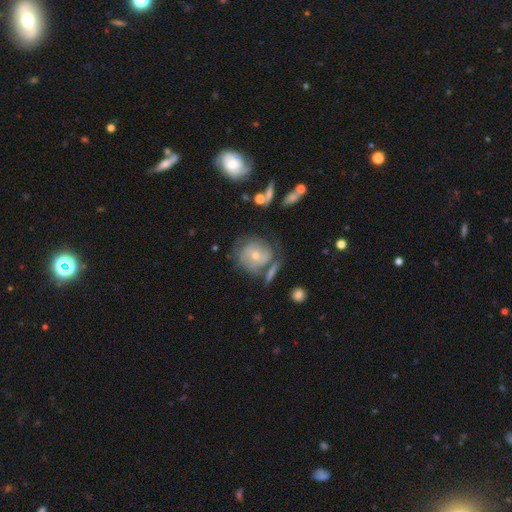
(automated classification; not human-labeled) A featured or disk galaxy (68%) with no bar (73%), tight (66%) spiral arms (82%) and a small central bulge (52%). Merging: none (57%).